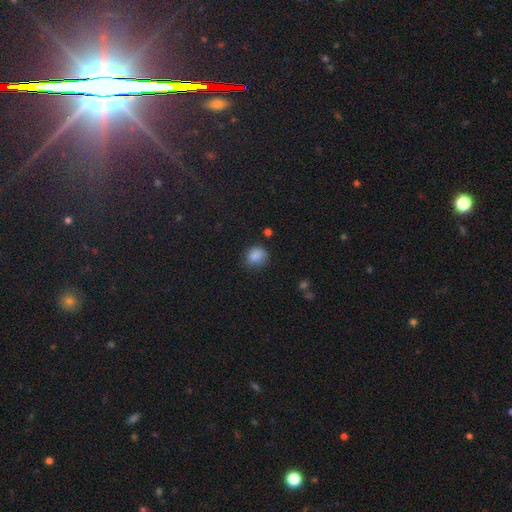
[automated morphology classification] smooth-or-featured: smooth: 84% | star or artifact: 10% | featured or disk: 5%
  how-rounded: round: 68% | in between: 31% | cigar-shaped: 1%
  merging: none: 70% | minor disturbance: 23% | major disturbance: 6% | merger: 2%